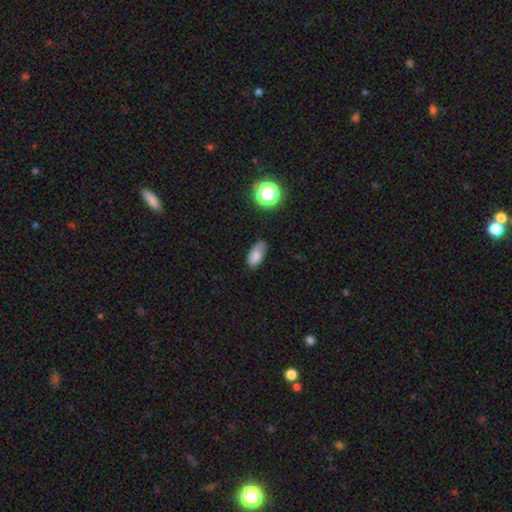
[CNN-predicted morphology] Q: Smooth or featured?
A: smooth (75%); runner-up: featured or disk (14%)
Q: How rounded?
A: in between (89%); runner-up: round (6%)
Q: Merging?
A: none (58%); runner-up: minor disturbance (32%)